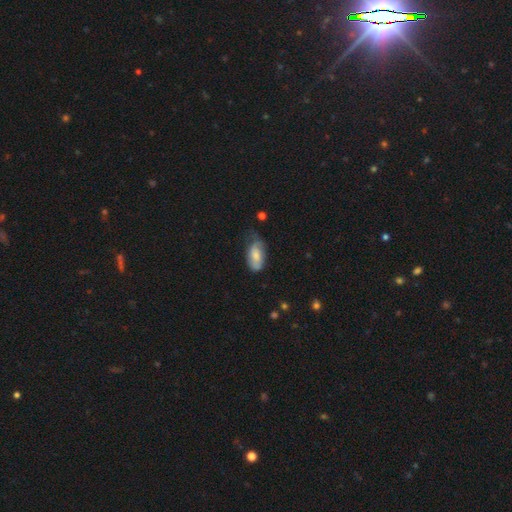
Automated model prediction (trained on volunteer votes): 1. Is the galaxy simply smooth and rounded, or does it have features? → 68% smooth, 26% featured or disk, 7% star or artifact.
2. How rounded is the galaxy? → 91% in between, 5% cigar-shaped, 3% round.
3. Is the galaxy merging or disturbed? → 44% none, 39% minor disturbance, 14% major disturbance, 2% merger.